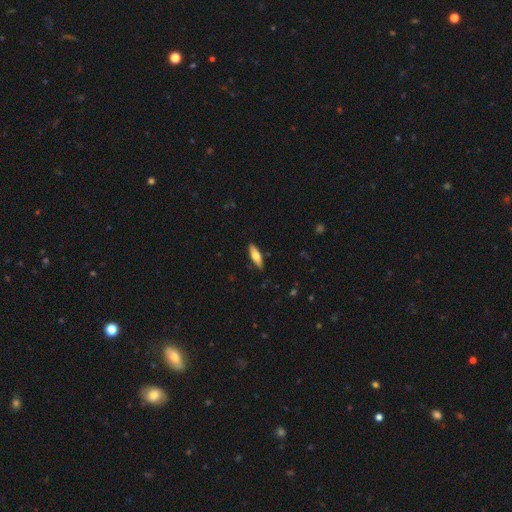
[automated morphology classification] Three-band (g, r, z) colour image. It shows a smooth galaxy with no disk features (62%) that is cigar-shaped (50%). Merging: none (88%).